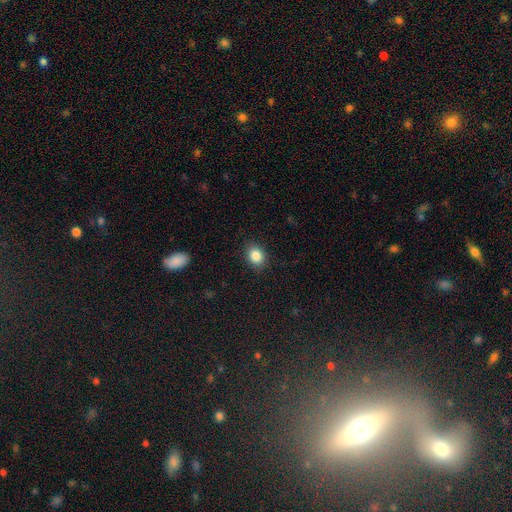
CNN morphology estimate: smooth 85%, star or artifact 10%, featured or disk 5%. Down the decision tree: how rounded — round (58%); merging — none (88%).